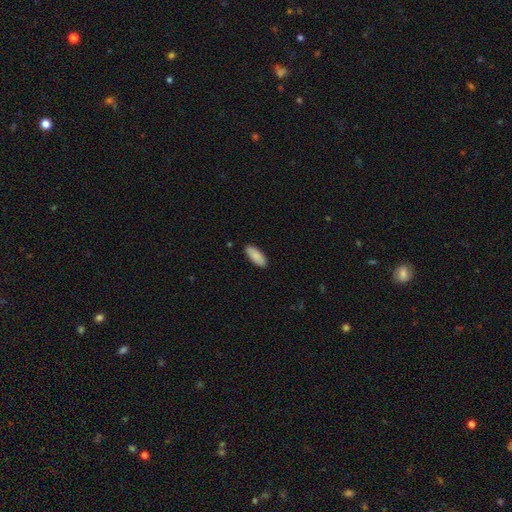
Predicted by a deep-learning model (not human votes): A smooth galaxy with no disk features (89%) that is in between round and cigar-shaped (80%). Merging: none (89%).